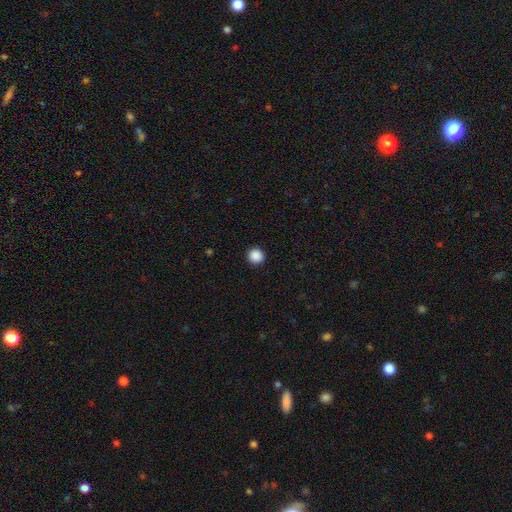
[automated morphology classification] Overall: smooth (88%). How rounded: round (93%). Merging: none (93%).